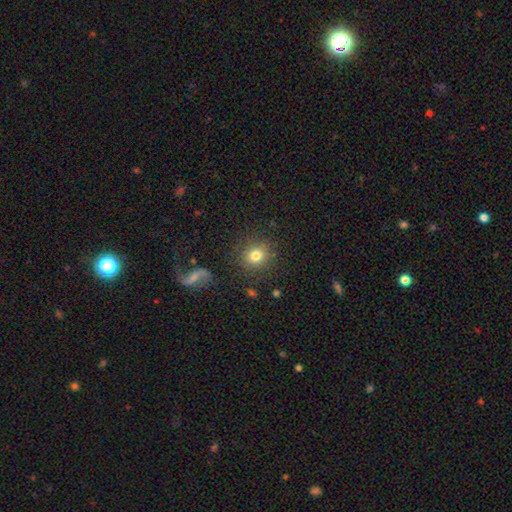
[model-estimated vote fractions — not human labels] Smooth or featured?
  - smooth: 78% *
  - star or artifact: 12%
  - featured or disk: 9%
How rounded?
  - round: 83% *
  - in between: 16%
  - cigar-shaped: 1%
Merging?
  - none: 86% *
  - minor disturbance: 8%
  - major disturbance: 3%
  - merger: 2%